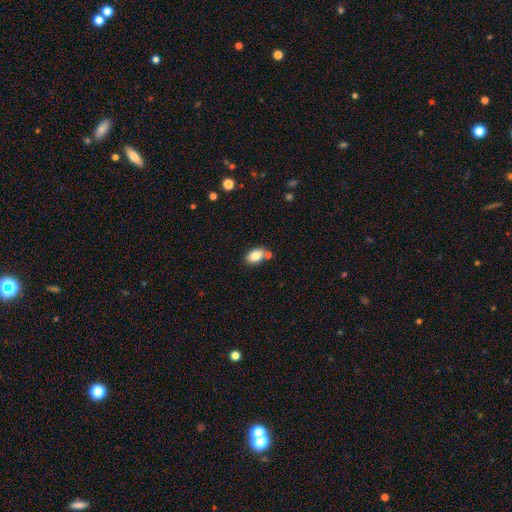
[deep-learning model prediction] Smooth or featured? Predicted: smooth (p=0.83). How rounded? Predicted: in between (p=0.86). Merging? Predicted: none (p=0.69).